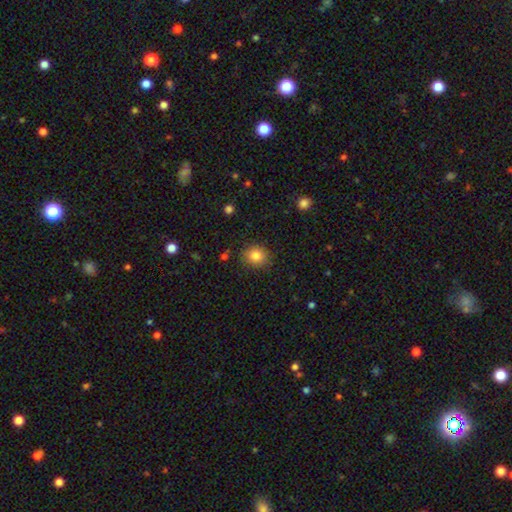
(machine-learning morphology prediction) smooth 82%, star or artifact 11%, featured or disk 7%. Down the decision tree: how rounded — round (81%); merging — none (86%).